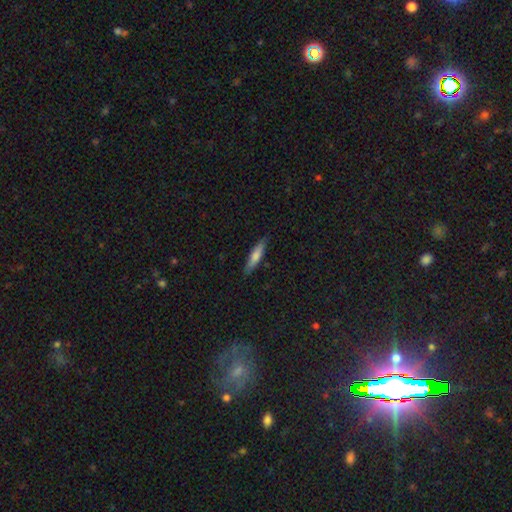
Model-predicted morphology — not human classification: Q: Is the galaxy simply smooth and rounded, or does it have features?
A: smooth — 68%.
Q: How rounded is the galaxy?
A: cigar-shaped — 81%.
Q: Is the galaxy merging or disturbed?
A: none — 87%.